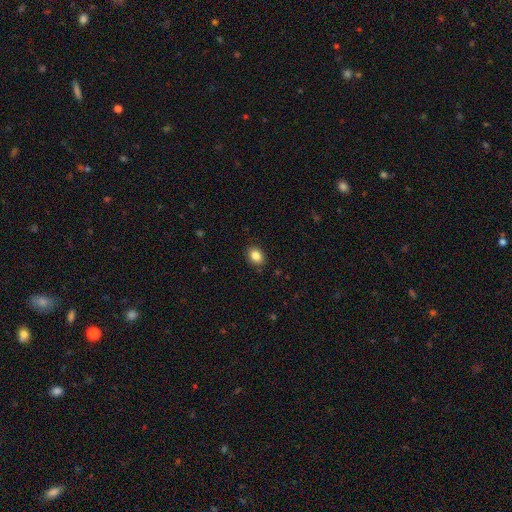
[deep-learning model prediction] smooth_or_featured: smooth (p=0.85) [alt: star or artifact p=0.09]
how_rounded: in between (p=0.64) [alt: round p=0.35]
merging: none (p=0.88) [alt: minor disturbance p=0.09]